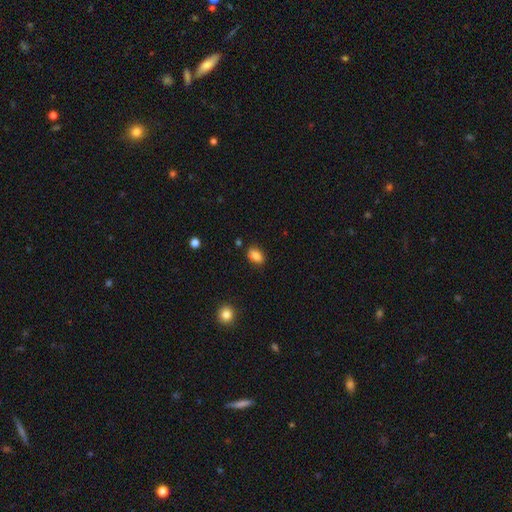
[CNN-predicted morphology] Q: Smooth or featured?
A: smooth (84%); runner-up: star or artifact (9%)
Q: How rounded?
A: in between (86%); runner-up: round (10%)
Q: Merging?
A: none (83%); runner-up: minor disturbance (12%)